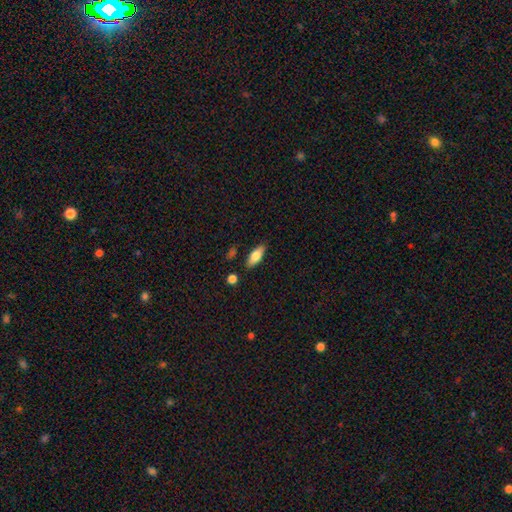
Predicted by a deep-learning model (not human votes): Smooth or featured? Predicted: smooth (p=0.75). How rounded? Predicted: in between (p=0.77). Merging? Predicted: none (p=0.83).